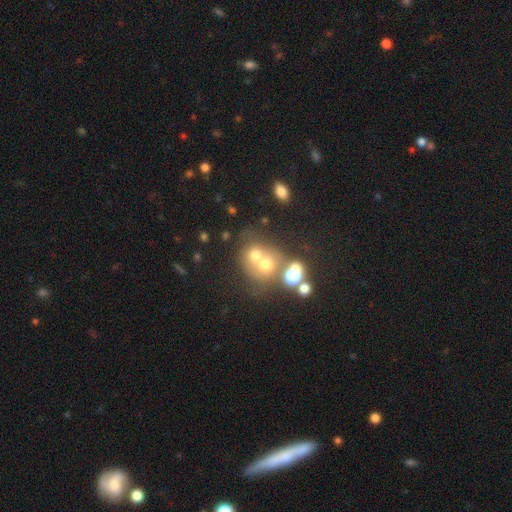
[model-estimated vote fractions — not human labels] This appears to be a smooth galaxy with no disk features (58%) that is round (75%). Merging: merger (53%).